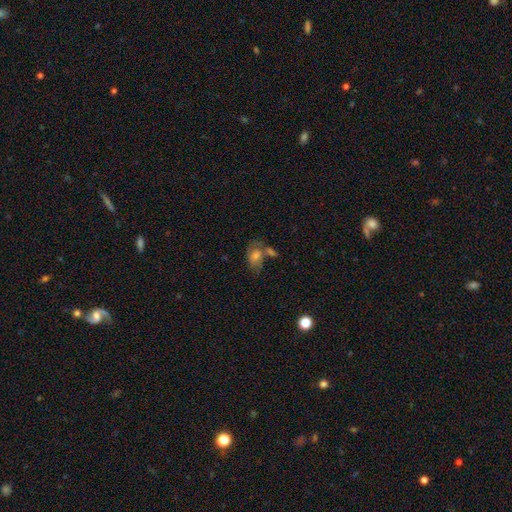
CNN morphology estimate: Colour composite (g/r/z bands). It shows a smooth galaxy with no disk features (55%) that is in between round and cigar-shaped (78%). Merging: none (37%).